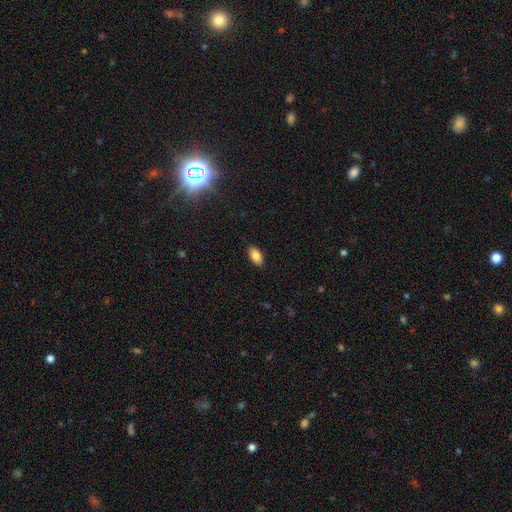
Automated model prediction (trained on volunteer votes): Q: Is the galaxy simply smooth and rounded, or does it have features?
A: smooth — 86%.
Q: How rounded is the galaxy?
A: in between — 94%.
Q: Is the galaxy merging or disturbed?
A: none — 89%.